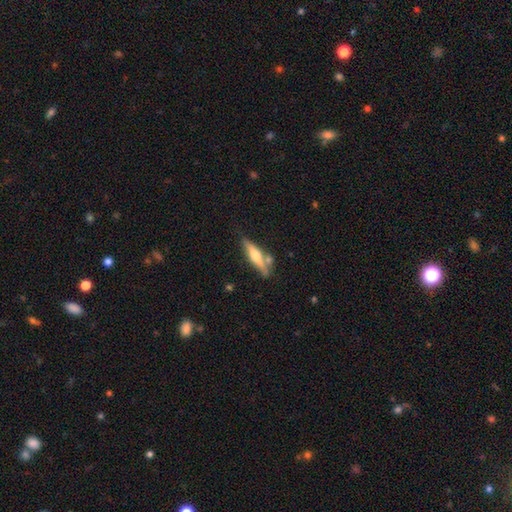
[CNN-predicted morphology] featured or disk 53%, smooth 41%, star or artifact 6%. Down the decision tree: edge-on disk — yes (93%); merging — none (68%).